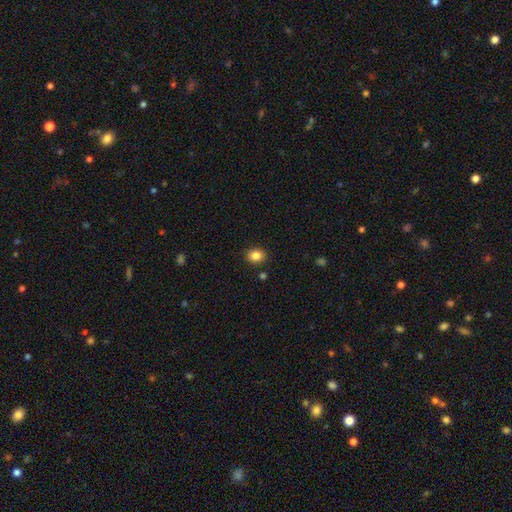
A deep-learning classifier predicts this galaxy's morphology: The model was most divided on "how rounded": round: 57%, in between: 42%, cigar-shaped: 1%. More confident: merging — none (88%); smooth or featured — smooth (85%).